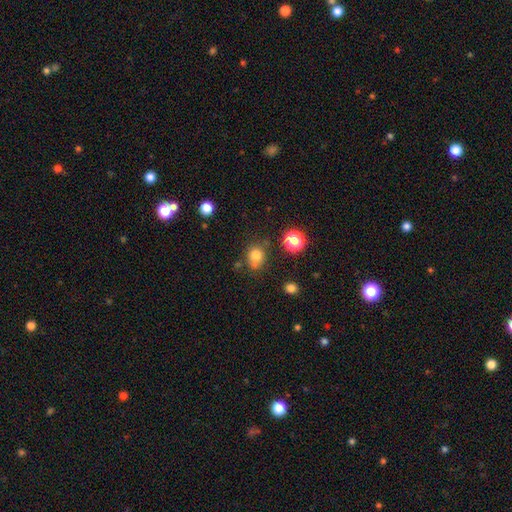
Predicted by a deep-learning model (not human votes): Morphology: type=smooth (77%); roundness=round (72%); merging=none (65%).